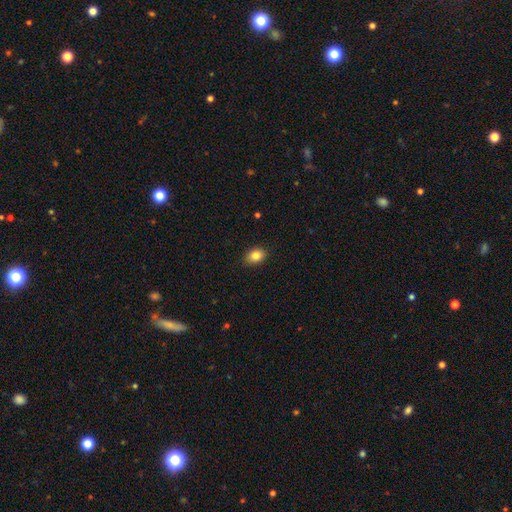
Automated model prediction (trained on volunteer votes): Q: Smooth or featured?
A: smooth (84%); runner-up: star or artifact (9%)
Q: How rounded?
A: in between (74%); runner-up: round (25%)
Q: Merging?
A: none (88%); runner-up: minor disturbance (10%)